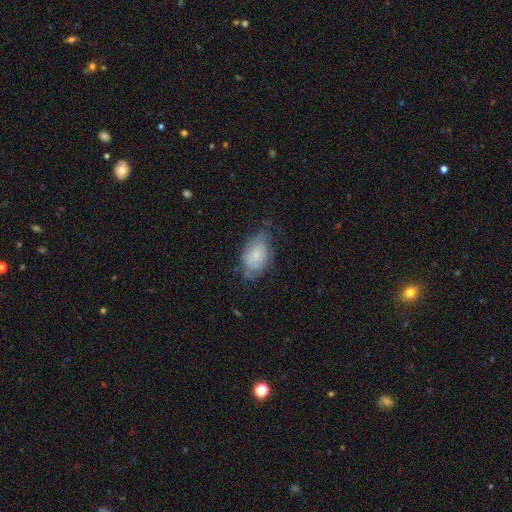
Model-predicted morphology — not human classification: smooth-or-featured: smooth: 58% | featured or disk: 34% | star or artifact: 8%
  how-rounded: in between: 90% | round: 8% | cigar-shaped: 2%
  merging: none: 47% | minor disturbance: 36% | major disturbance: 15% | merger: 2%